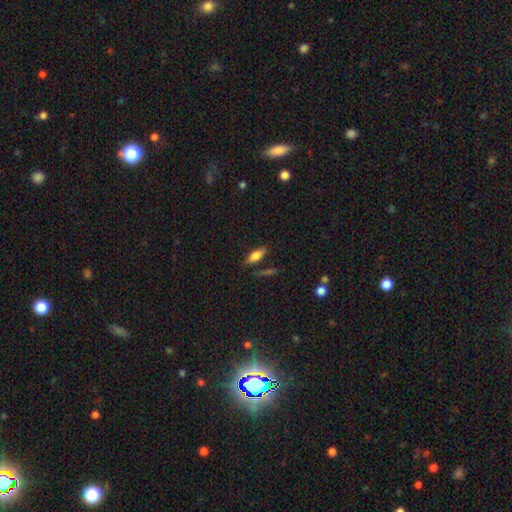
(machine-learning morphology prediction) A smooth galaxy with no disk features (69%) that is in between round and cigar-shaped (62%).

Vote fractions:
- Smooth or featured? smooth: 69% / featured or disk: 23% / star or artifact: 8%
- How rounded? in between: 62% / cigar-shaped: 35% / round: 3%
- Merging? none: 77% / minor disturbance: 14% / merger: 5% / major disturbance: 4%